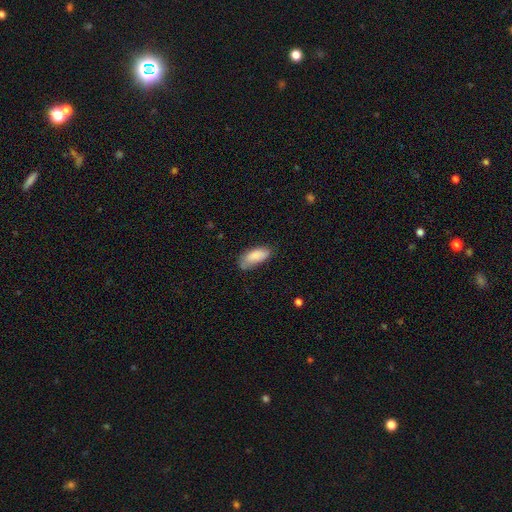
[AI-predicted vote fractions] Morphology: type=smooth (85%); roundness=in between (86%); merging=none (62%).